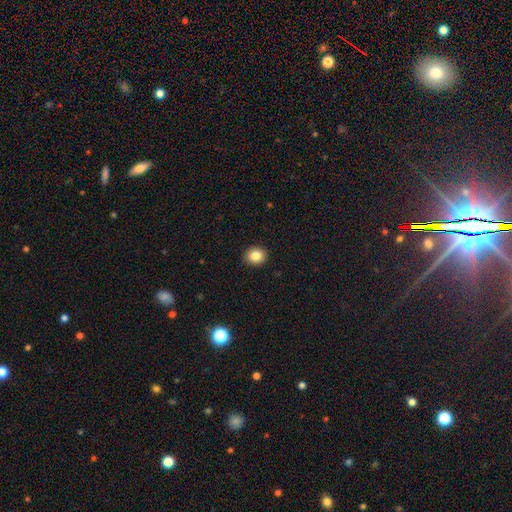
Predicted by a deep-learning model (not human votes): Overall: smooth (85%). How rounded: round (73%). Merging: none (91%).